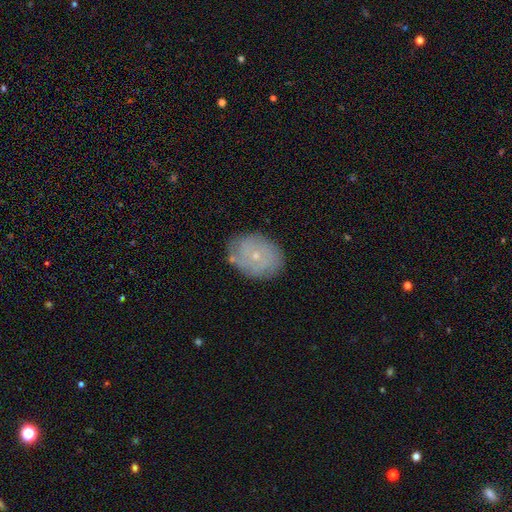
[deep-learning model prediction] Smooth or featured? featured or disk (57%)
Edge-on disk? no (96%)
Bar? no (85%)
Spiral arms? yes (74%)
Bulge size? small (79%)
Merging? none (78%)